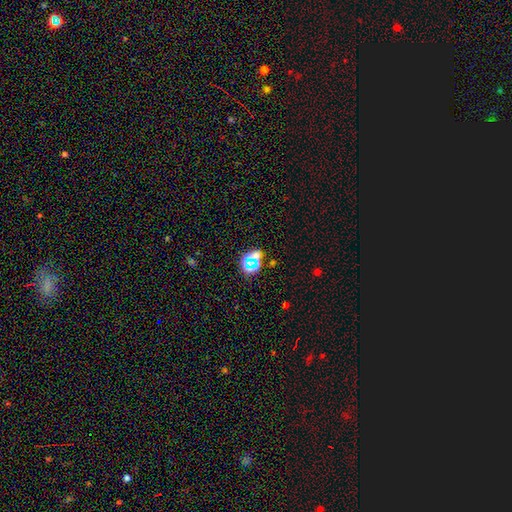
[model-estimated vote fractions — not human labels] Smooth or featured: star or artifact — 55% (smooth — 33%)